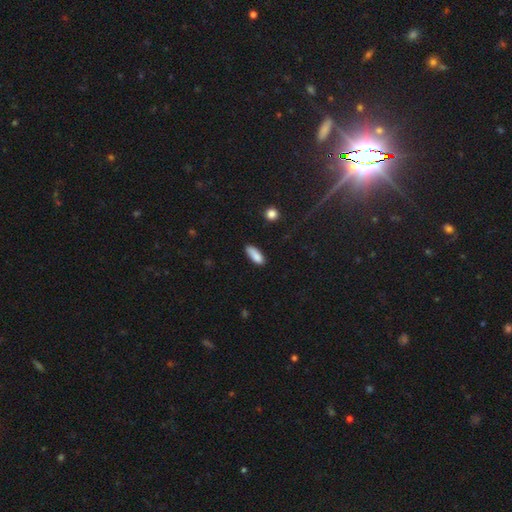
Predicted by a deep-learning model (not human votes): A smooth galaxy with no disk features (86%) that is in between round and cigar-shaped (64%). Merging: none (69%).